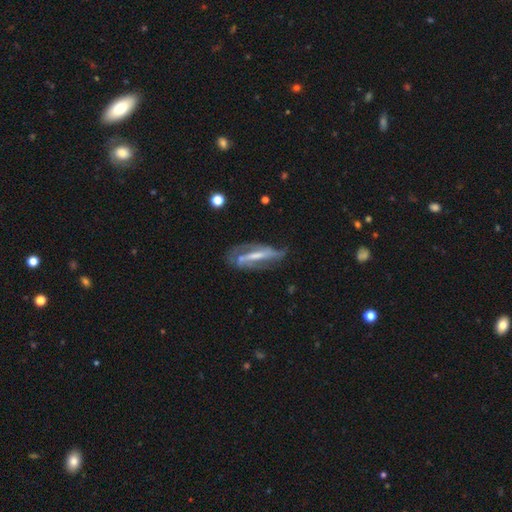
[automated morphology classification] This is likely a featured or disk galaxy (75%). It is likely not viewed edge-on (73%). Bar: possibly strong (55%). Spiral arm pattern: clearly yes (81%). Central bulge: marginally small (35%). Merging: possibly none (51%).